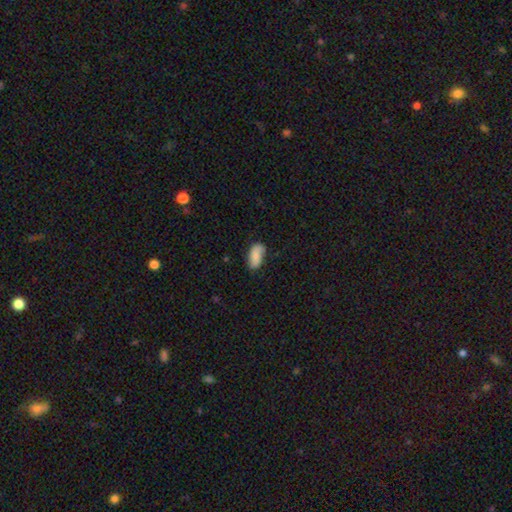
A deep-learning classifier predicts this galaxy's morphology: A smooth galaxy with no disk features (80%) that is in between round and cigar-shaped (91%). Merging: none (71%).